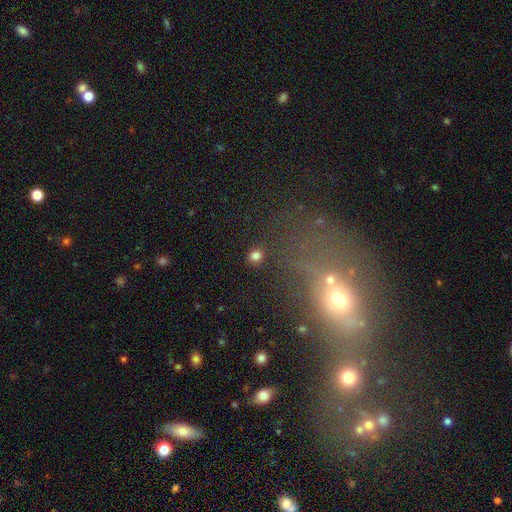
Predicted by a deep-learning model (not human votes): Smooth or featured? Predicted: smooth (p=0.80). How rounded? Predicted: round (p=0.76). Merging? Predicted: none (p=0.87).